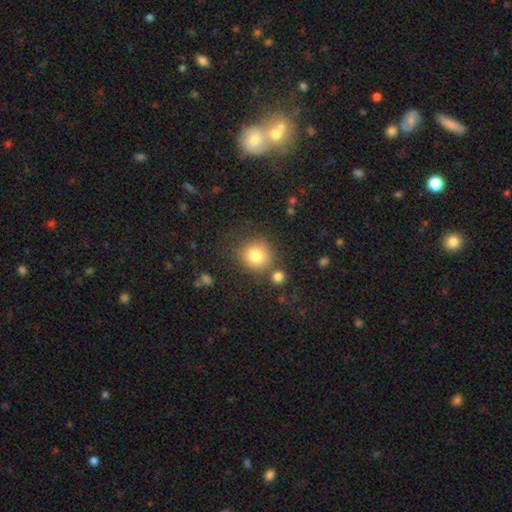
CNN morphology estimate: smooth_or_featured: smooth (p=0.81) [alt: star or artifact p=0.10]
how_rounded: round (p=0.85) [alt: in between p=0.14]
merging: none (p=0.70) [alt: minor disturbance p=0.13]